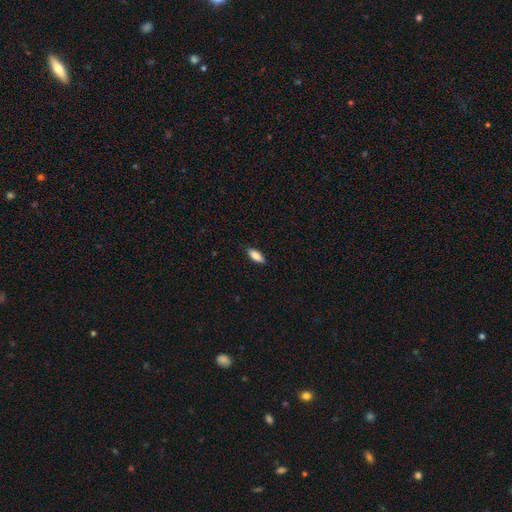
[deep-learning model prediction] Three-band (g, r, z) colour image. It shows a smooth galaxy with no disk features (80%) that is in between round and cigar-shaped (71%). Merging: none (88%).